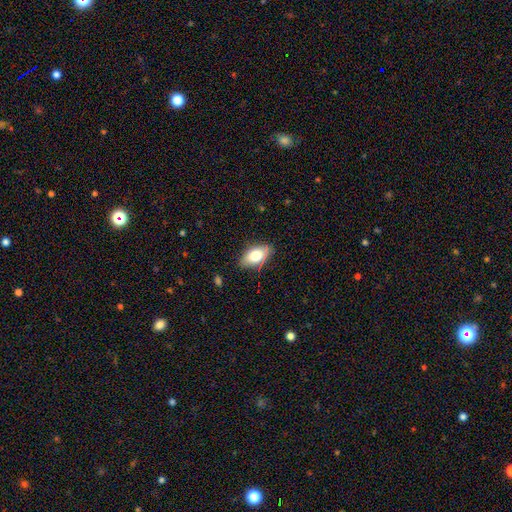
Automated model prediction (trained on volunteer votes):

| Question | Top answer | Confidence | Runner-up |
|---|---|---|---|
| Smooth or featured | smooth | 72% | featured or disk (20%) |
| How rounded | in between | 90% | round (7%) |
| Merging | none | 77% | minor disturbance (18%) |